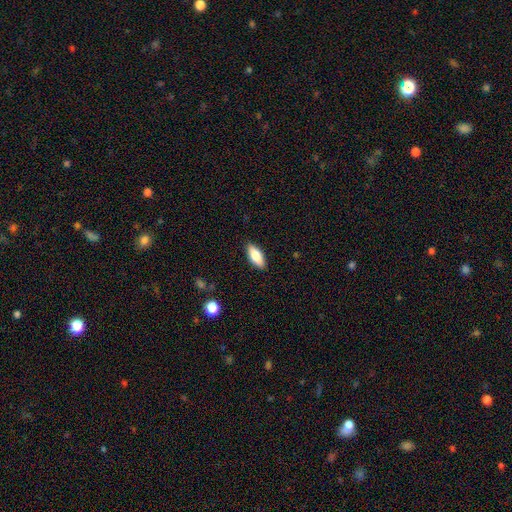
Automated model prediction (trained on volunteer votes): smooth_or_featured: smooth (p=0.78) [alt: featured or disk p=0.15]
how_rounded: in between (p=0.77) [alt: cigar-shaped p=0.21]
merging: none (p=0.87) [alt: minor disturbance p=0.09]